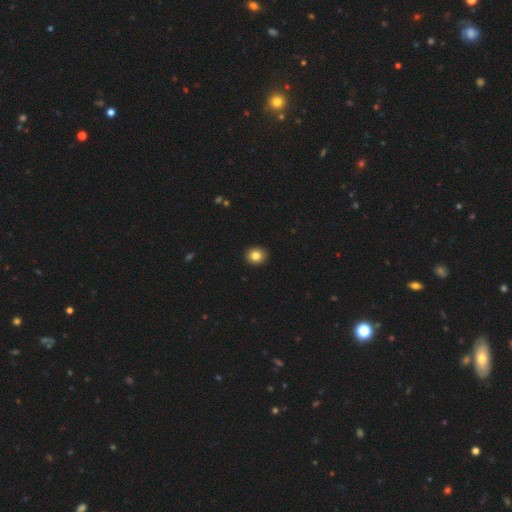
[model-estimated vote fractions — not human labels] A smooth galaxy with no disk features (84%) that is round (73%). Merging: none (92%).